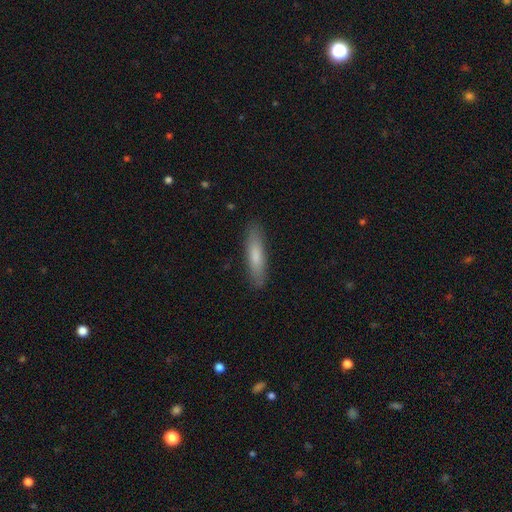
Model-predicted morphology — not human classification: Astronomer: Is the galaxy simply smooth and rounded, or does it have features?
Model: smooth — 75%.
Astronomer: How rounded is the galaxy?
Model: cigar-shaped — 78%.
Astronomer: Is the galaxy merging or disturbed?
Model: none — 88%.